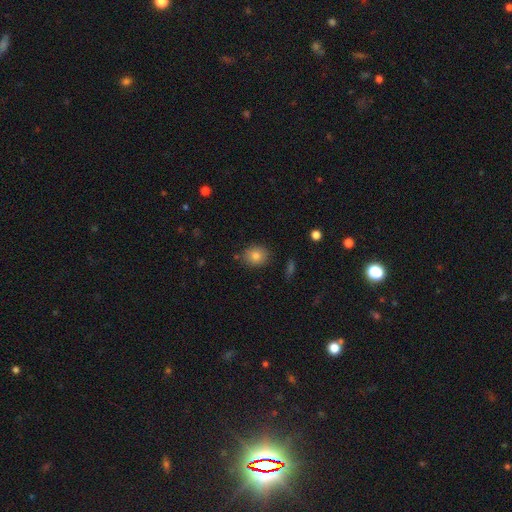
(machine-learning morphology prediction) smooth-or-featured: smooth: 81% | star or artifact: 10% | featured or disk: 9%
  how-rounded: round: 66% | in between: 32% | cigar-shaped: 1%
  merging: none: 83% | minor disturbance: 12% | major disturbance: 3% | merger: 3%